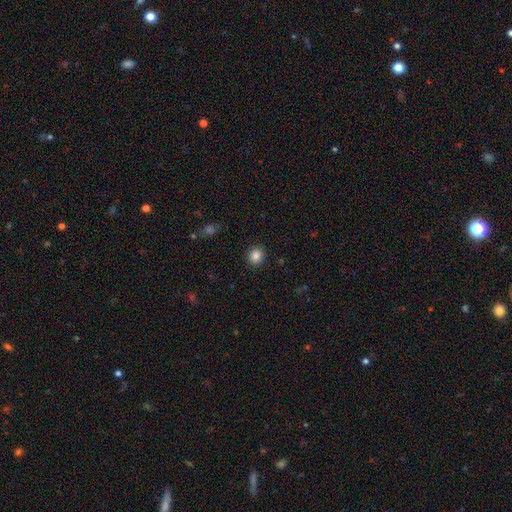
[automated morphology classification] type=smooth (86%); roundness=round (84%); merging=none (91%).